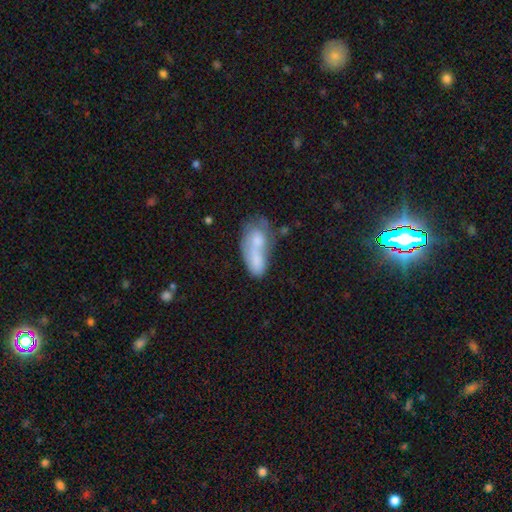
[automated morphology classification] The model was most divided on "merging": merger: 53%, none: 21%, minor disturbance: 14%, major disturbance: 12%. More confident: how rounded — in between (82%); smooth or featured — smooth (64%).